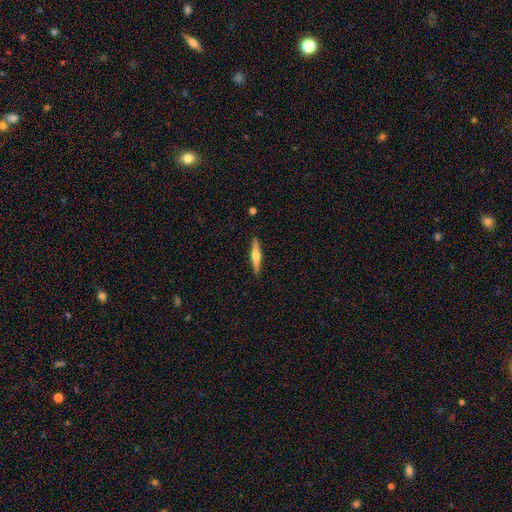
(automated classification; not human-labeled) featured or disk 63%, smooth 32%, star or artifact 5%. Down the decision tree: edge-on disk — yes (97%); edge-on bulge — rounded (92%); merging — none (91%).